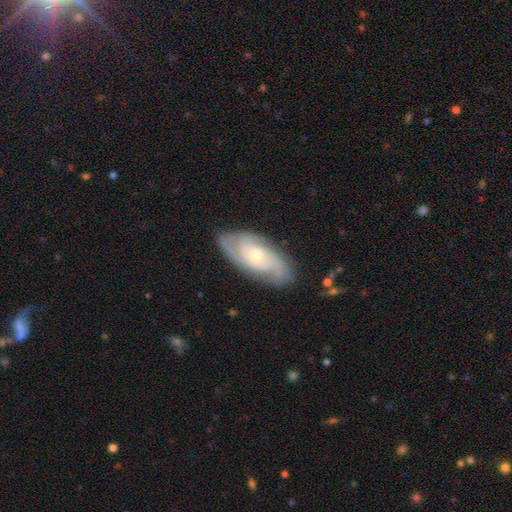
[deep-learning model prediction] smooth_or_featured: featured or disk (p=0.78) [alt: smooth p=0.17]
disk_edge_on: no (p=0.92) [alt: yes p=0.08]
bar: no (p=0.66) [alt: weak p=0.29]
has_spiral_arms: yes (p=0.93) [alt: no p=0.07]
spiral_winding: tight (p=0.54) [alt: medium p=0.36]
spiral_arm_count: 2 (p=0.36) [alt: can't tell p=0.31]
bulge_size: small (p=0.52) [alt: moderate p=0.43]
merging: none (p=0.78) [alt: minor disturbance p=0.17]